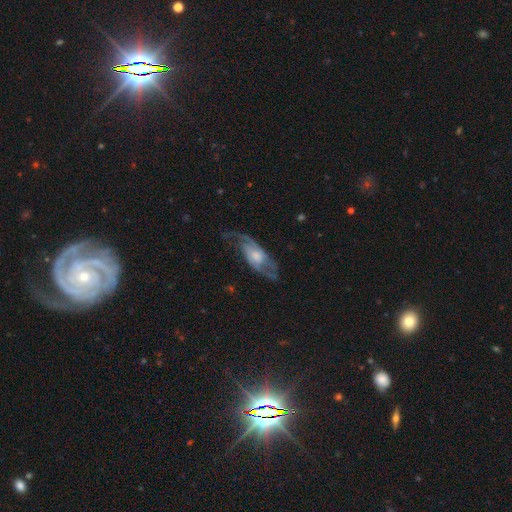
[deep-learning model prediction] smooth_or_featured: featured or disk (p=0.79) [alt: smooth p=0.16]
disk_edge_on: no (p=0.90) [alt: yes p=0.10]
bar: no (p=0.62) [alt: weak p=0.31]
has_spiral_arms: yes (p=0.92) [alt: no p=0.08]
spiral_winding: medium (p=0.45) [alt: loose p=0.34]
spiral_arm_count: 2 (p=0.74) [alt: can't tell p=0.12]
bulge_size: moderate (p=0.46) [alt: small p=0.32]
merging: none (p=0.60) [alt: minor disturbance p=0.20]